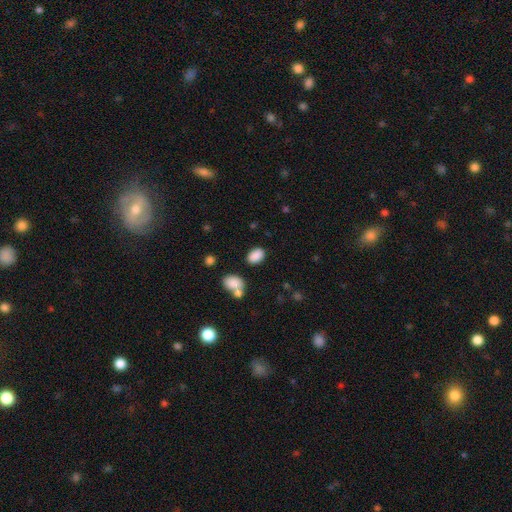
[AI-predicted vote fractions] Morphology: type=smooth (87%); roundness=in between (85%); merging=none (79%).